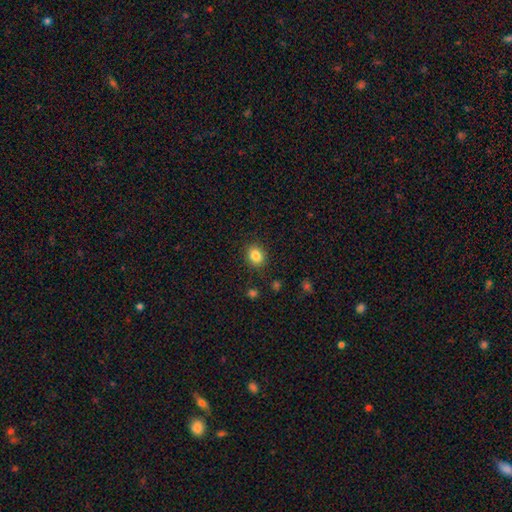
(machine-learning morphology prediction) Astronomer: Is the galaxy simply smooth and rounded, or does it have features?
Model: smooth — 85%.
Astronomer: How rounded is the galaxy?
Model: round — 61% (runner-up: in between, 38%).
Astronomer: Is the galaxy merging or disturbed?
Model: none — 87%.